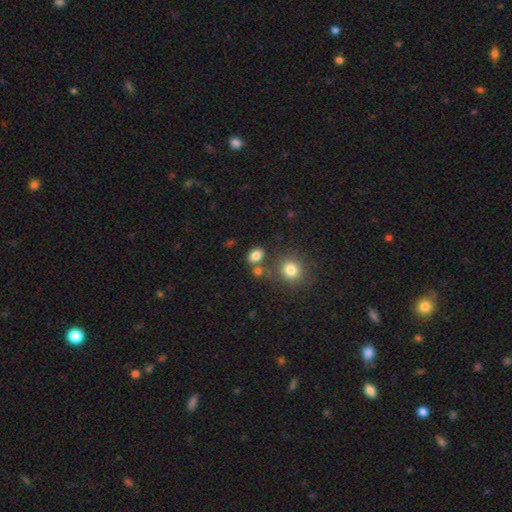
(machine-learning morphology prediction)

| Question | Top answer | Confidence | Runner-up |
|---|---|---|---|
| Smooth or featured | smooth | 82% | star or artifact (12%) |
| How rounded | in between | 73% | round (26%) |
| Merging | none | 68% | merger (15%) |